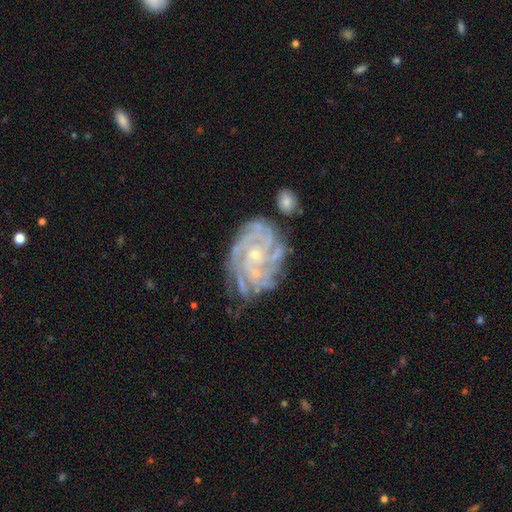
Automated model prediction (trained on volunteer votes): Smooth or featured? Predicted: featured or disk (p=0.88). Edge-on disk? Predicted: no (p=0.97). Bar? Predicted: no (p=0.75). Spiral arms? Predicted: yes (p=0.97). Spiral winding? Predicted: tight (p=0.74). Spiral arm count? Predicted: 4 (p=0.28). Bulge size? Predicted: small (p=0.74). Merging? Predicted: none (p=0.67).